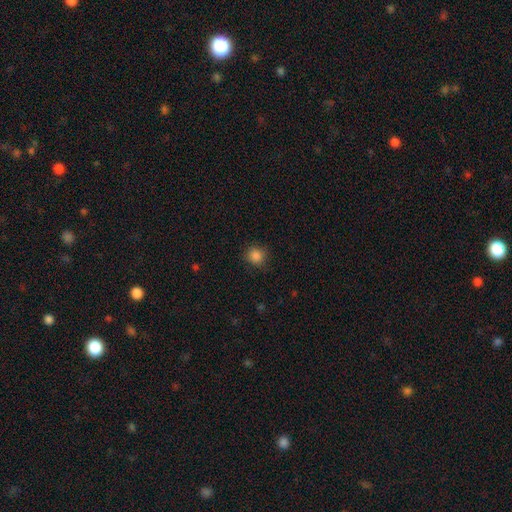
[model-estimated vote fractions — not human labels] The model was most divided on "merging": none: 84%, minor disturbance: 11%, major disturbance: 3%, merger: 1%. More confident: how rounded — round (89%); smooth or featured — smooth (85%).